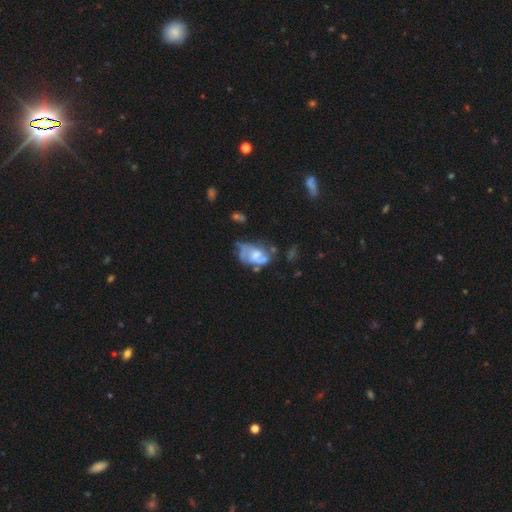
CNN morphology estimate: A featured or disk galaxy (62%) with no bar (68%), no spiral arms (52%) and a moderate central bulge (42%). Merging: major disturbance (30%).